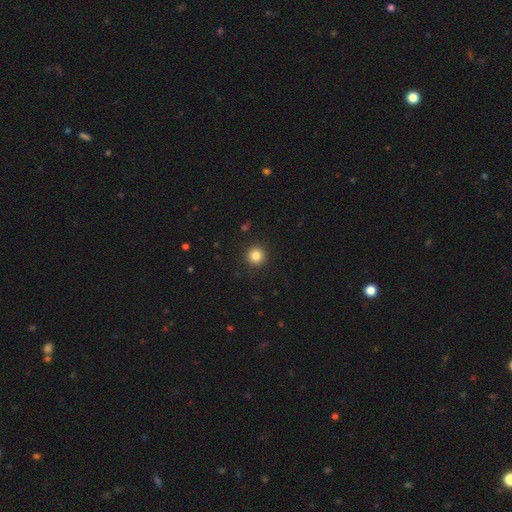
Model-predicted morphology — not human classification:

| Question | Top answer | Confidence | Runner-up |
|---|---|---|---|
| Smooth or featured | smooth | 84% | star or artifact (11%) |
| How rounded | round | 96% | in between (4%) |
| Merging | none | 92% | minor disturbance (5%) |